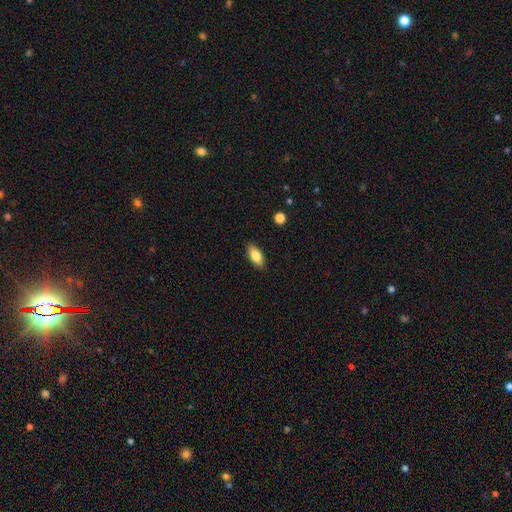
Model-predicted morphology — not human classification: Q: Smooth or featured?
A: smooth (83%); runner-up: featured or disk (10%)
Q: How rounded?
A: in between (86%); runner-up: cigar-shaped (11%)
Q: Merging?
A: none (88%); runner-up: minor disturbance (9%)